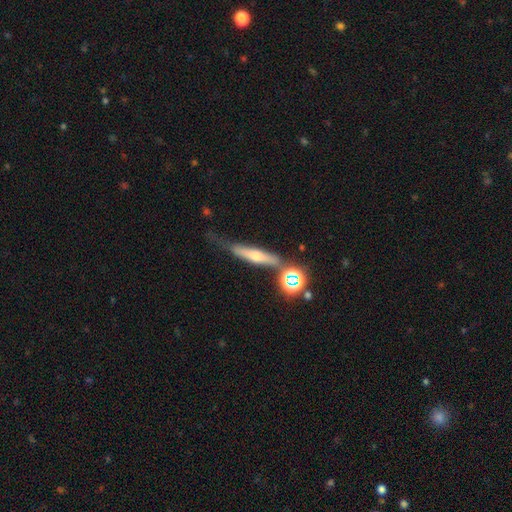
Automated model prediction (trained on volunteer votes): A featured or disk galaxy (54%) viewed edge-on (82%). Merging: none (53%).